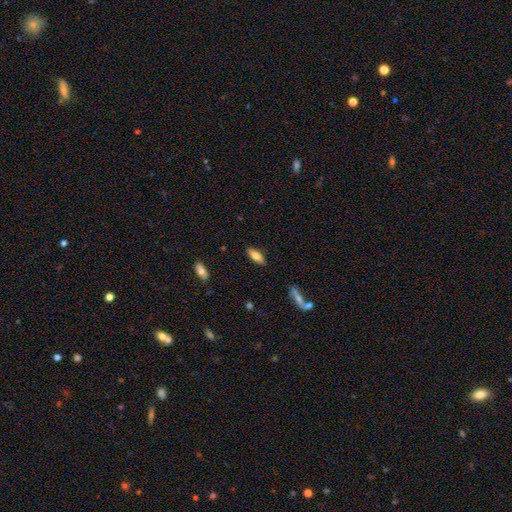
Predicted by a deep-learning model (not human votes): This is likely a smooth galaxy (75%). How rounded: likely in between (73%). Merging: clearly none (86%).